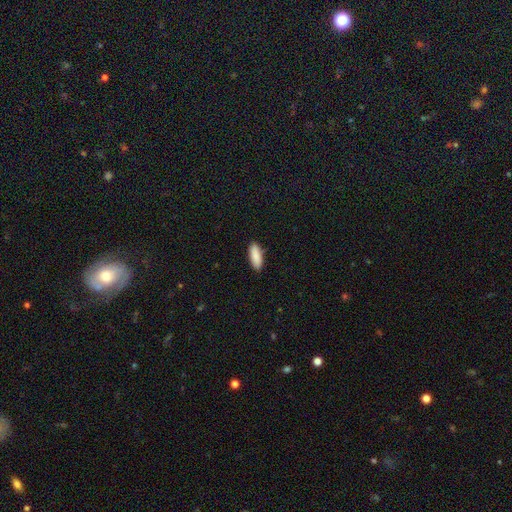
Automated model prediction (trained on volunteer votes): Q: Smooth or featured?
A: smooth (90%); runner-up: star or artifact (6%)
Q: How rounded?
A: in between (70%); runner-up: cigar-shaped (29%)
Q: Merging?
A: none (89%); runner-up: minor disturbance (9%)